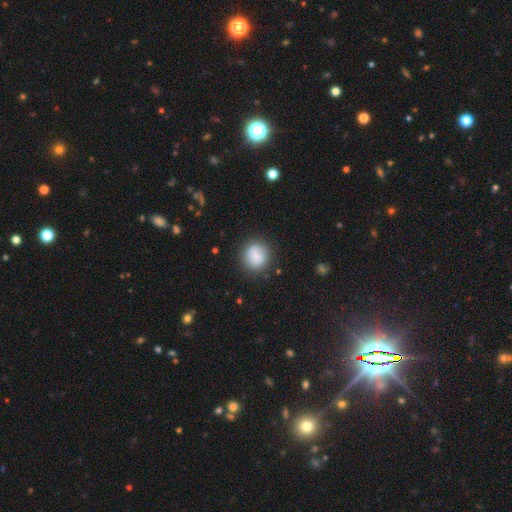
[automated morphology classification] smooth_or_featured: smooth (p=0.82) [alt: featured or disk p=0.10]
how_rounded: round (p=0.86) [alt: in between p=0.13]
merging: none (p=0.82) [alt: minor disturbance p=0.12]